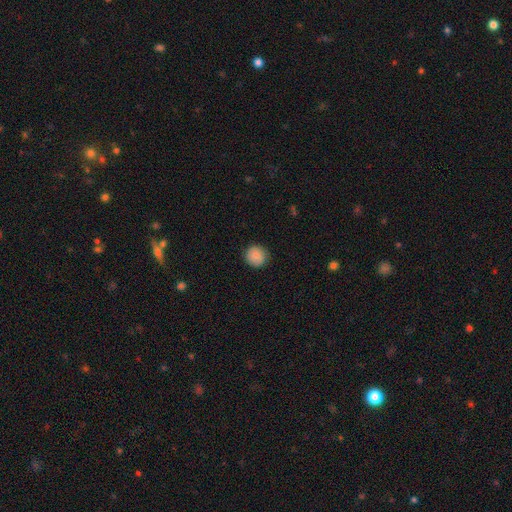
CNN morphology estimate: Overall: smooth (88%). How rounded: round (93%). Merging: none (90%).